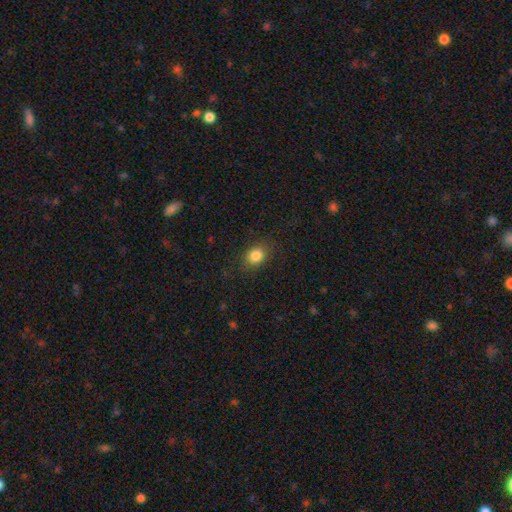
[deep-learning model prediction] Overall: smooth (84%). How rounded: in between (50%; round 49%). Merging: none (84%).